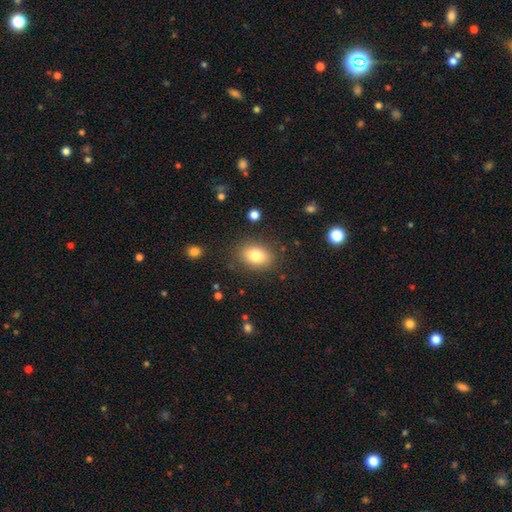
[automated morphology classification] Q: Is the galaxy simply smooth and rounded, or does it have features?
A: smooth — 81%.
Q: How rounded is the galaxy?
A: in between — 76%.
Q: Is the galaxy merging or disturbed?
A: none — 84%.